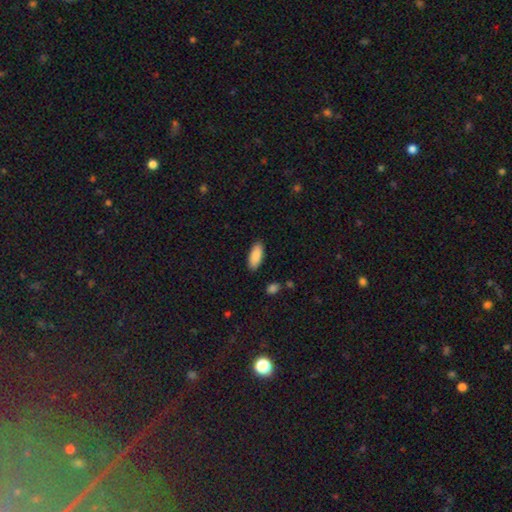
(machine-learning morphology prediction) type=smooth (89%); roundness=in between (83%); merging=none (87%).